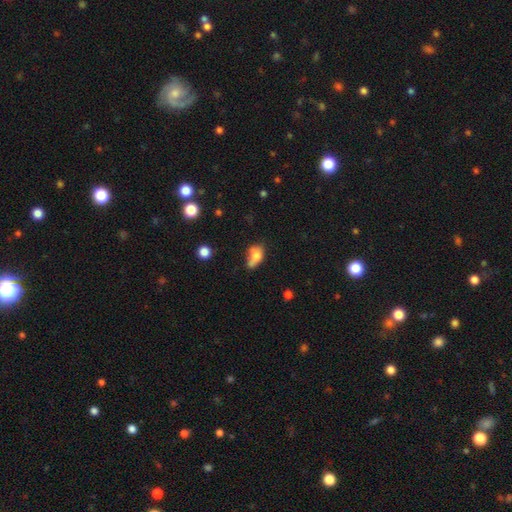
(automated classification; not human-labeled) Smooth or featured? Predicted: smooth (p=0.72). How rounded? Predicted: in between (p=0.76). Merging? Predicted: none (p=0.28, tied with merger).